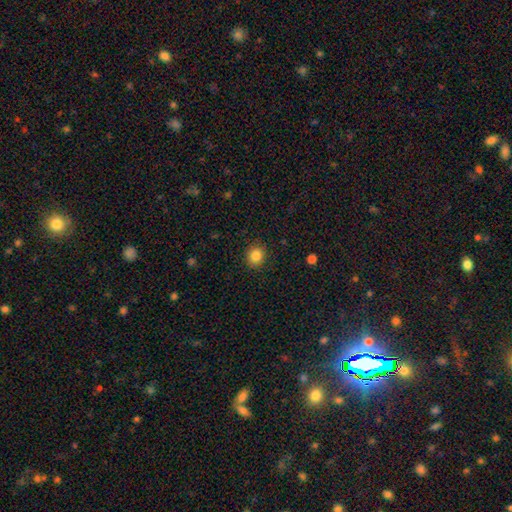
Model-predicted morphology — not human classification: Smooth or featured: smooth — 85% (star or artifact — 10%)
How rounded: round — 75% (in between — 25%)
Merging: none — 89% (minor disturbance — 7%)